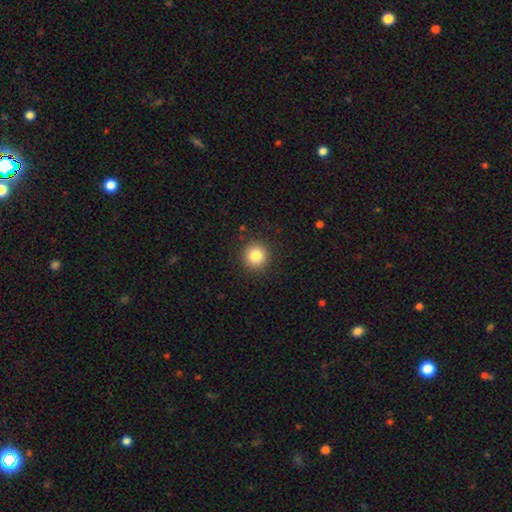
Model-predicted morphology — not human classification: Smooth or featured?
  - smooth: 83% *
  - star or artifact: 11%
  - featured or disk: 7%
How rounded?
  - round: 94% *
  - in between: 5%
  - cigar-shaped: 1%
Merging?
  - none: 91% *
  - minor disturbance: 6%
  - major disturbance: 2%
  - merger: 1%